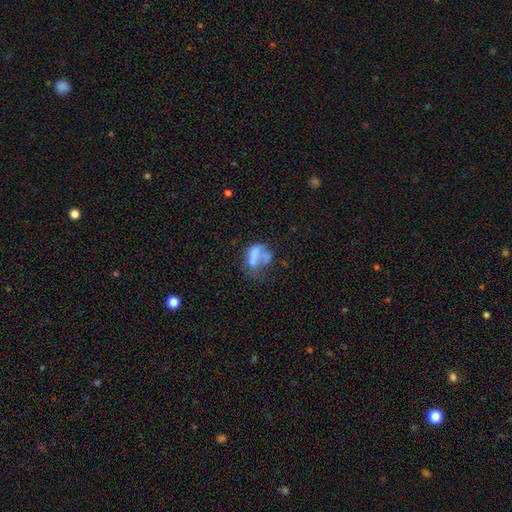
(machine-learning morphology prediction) Smooth or featured: smooth — 49% (featured or disk — 39%)
Merging: major disturbance — 36% (merger — 26%)